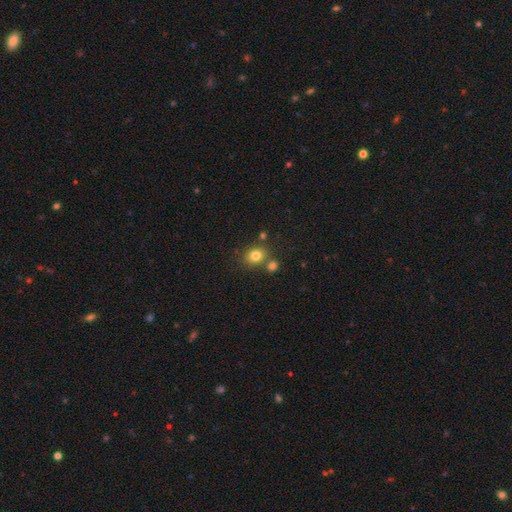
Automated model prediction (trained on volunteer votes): A smooth galaxy with no disk features (80%) that is round (63%). Merging: none (67%).